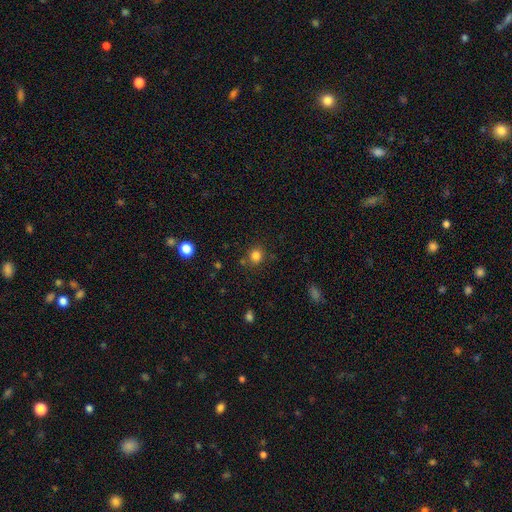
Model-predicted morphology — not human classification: The model was most divided on "how rounded": round: 82%, in between: 17%, cigar-shaped: 1%. More confident: smooth or featured — smooth (82%); merging — none (80%).